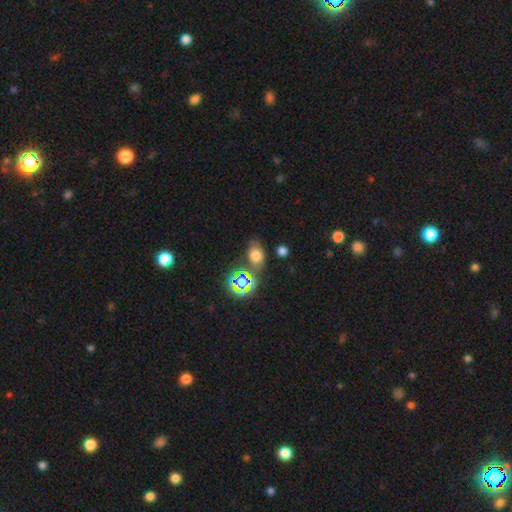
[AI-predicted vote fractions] smooth-or-featured: smooth: 65% | star or artifact: 24% | featured or disk: 11%
  how-rounded: in between: 66% | round: 32% | cigar-shaped: 2%
  merging: none: 61% | minor disturbance: 20% | merger: 11% | major disturbance: 8%